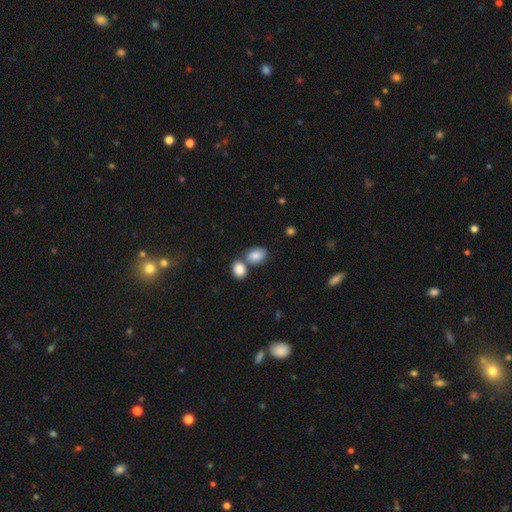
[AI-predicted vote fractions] Smooth or featured?
  - smooth: 83% *
  - featured or disk: 9%
  - star or artifact: 8%
How rounded?
  - in between: 76% *
  - round: 23%
  - cigar-shaped: 1%
Merging?
  - none: 43% *
  - merger: 42%
  - minor disturbance: 11%
  - major disturbance: 4%